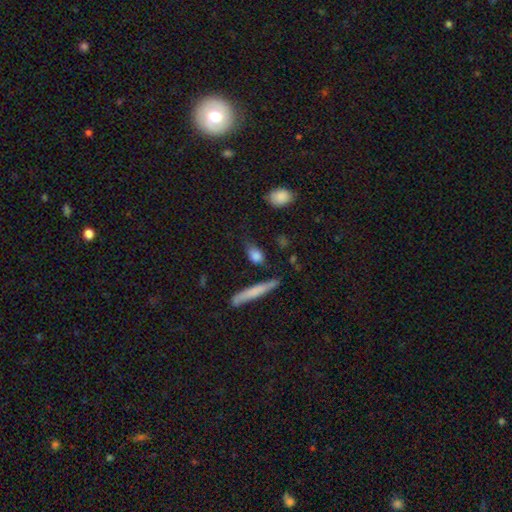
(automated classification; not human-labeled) This appears to be a smooth galaxy with no disk features (78%) that is in between round and cigar-shaped (62%). Merging: none (63%).